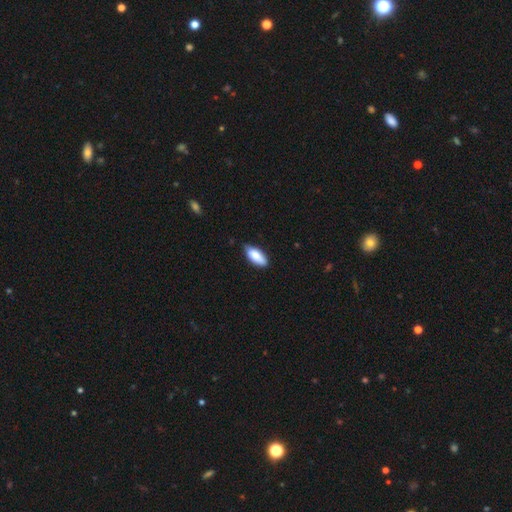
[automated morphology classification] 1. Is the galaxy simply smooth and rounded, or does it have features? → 84% smooth, 10% featured or disk, 6% star or artifact.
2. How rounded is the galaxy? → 85% in between, 13% cigar-shaped, 2% round.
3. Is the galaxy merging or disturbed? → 78% none, 19% minor disturbance, 2% major disturbance, 1% merger.